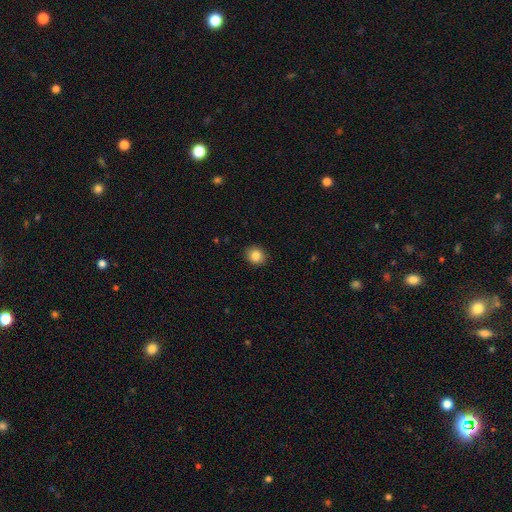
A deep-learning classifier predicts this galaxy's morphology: smooth-or-featured: smooth: 85% | star or artifact: 10% | featured or disk: 5%
  how-rounded: round: 75% | in between: 24% | cigar-shaped: 1%
  merging: none: 90% | minor disturbance: 7% | major disturbance: 2% | merger: 1%